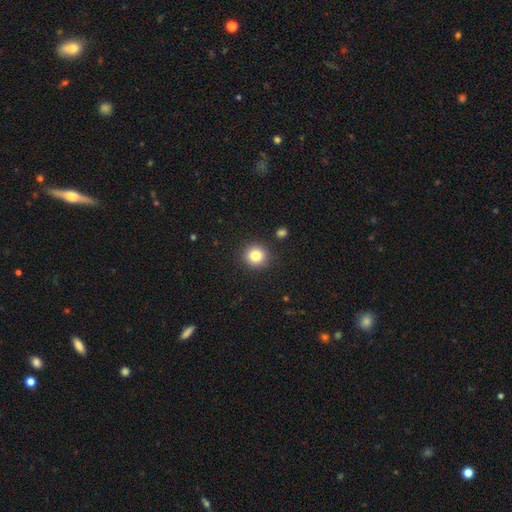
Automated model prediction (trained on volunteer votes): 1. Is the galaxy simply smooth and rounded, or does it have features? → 82% smooth, 11% star or artifact, 7% featured or disk.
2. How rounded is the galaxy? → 94% round, 6% in between, 1% cigar-shaped.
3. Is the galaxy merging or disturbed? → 90% none, 6% minor disturbance, 2% major disturbance, 2% merger.